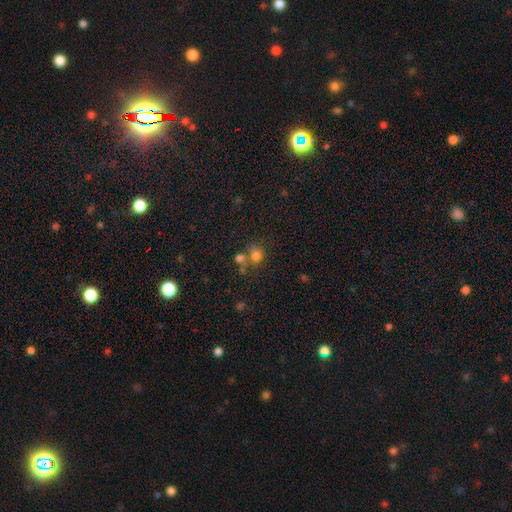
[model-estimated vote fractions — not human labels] Smooth or featured? Predicted: smooth (p=0.74). How rounded? Predicted: round (p=0.76). Merging? Predicted: none (p=0.52).